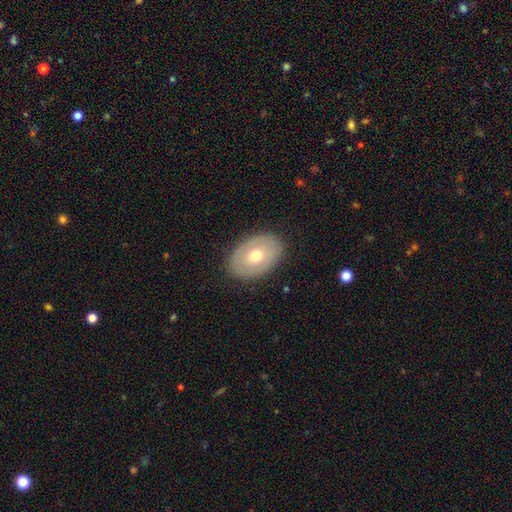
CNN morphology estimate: Smooth or featured: smooth — 51% (featured or disk — 42%)
How rounded: in between — 81% (round — 18%)
Merging: none — 86% (minor disturbance — 10%)